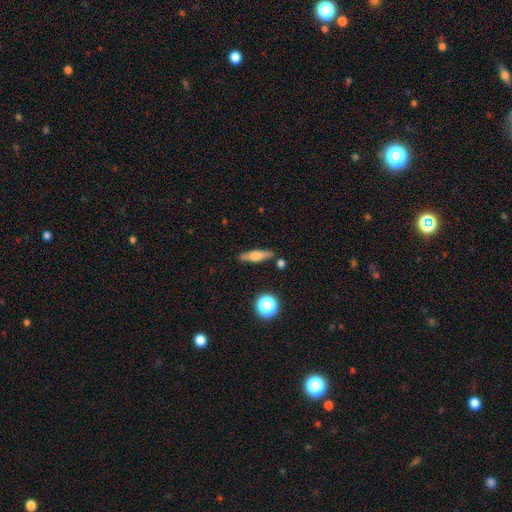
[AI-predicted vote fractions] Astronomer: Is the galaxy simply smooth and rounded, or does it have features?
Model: smooth — 47% (runner-up: featured or disk, 44%).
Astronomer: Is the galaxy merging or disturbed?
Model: none — 84%.